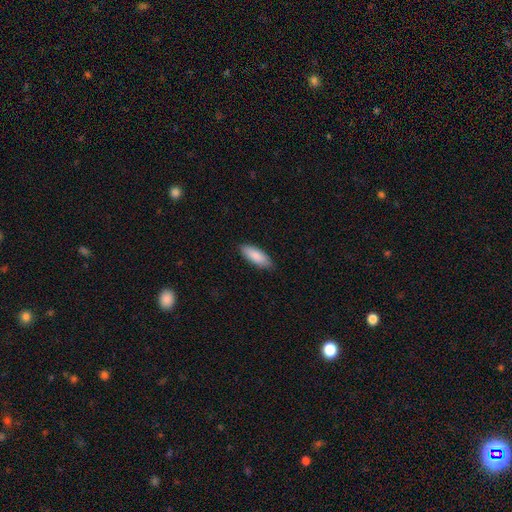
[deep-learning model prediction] The model was most divided on "how rounded": in between: 74%, cigar-shaped: 25%, round: 2%. More confident: smooth or featured — smooth (88%); merging — none (86%).